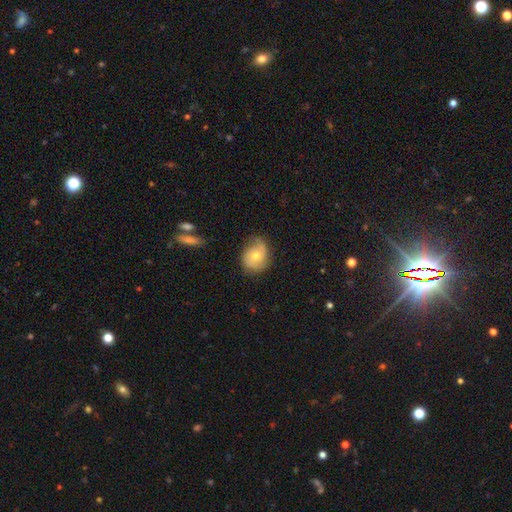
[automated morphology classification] This is possibly a featured or disk galaxy (51%). It is clearly not viewed edge-on (96%). Merging: likely none (64%).